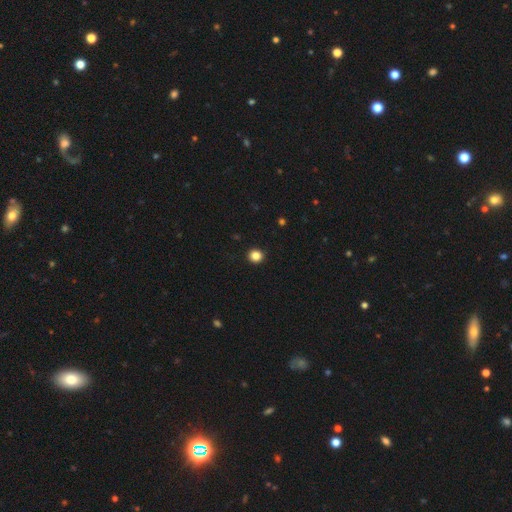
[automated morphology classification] Smooth or featured? smooth (86%)
How rounded? round (92%)
Merging? none (93%)